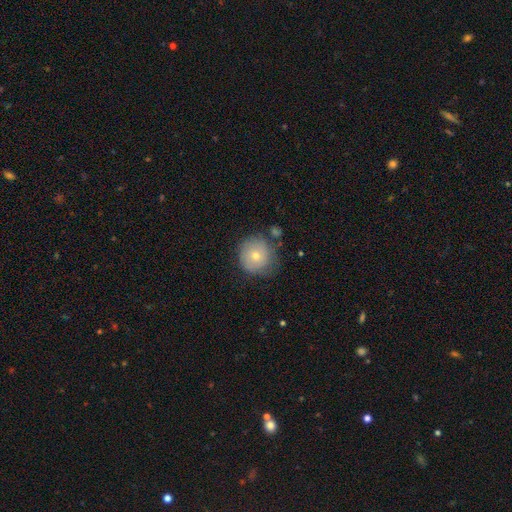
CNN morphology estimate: smooth-or-featured: smooth: 69% | featured or disk: 22% | star or artifact: 9%
  how-rounded: round: 92% | in between: 7% | cigar-shaped: 1%
  merging: none: 68% | minor disturbance: 21% | major disturbance: 6% | merger: 4%